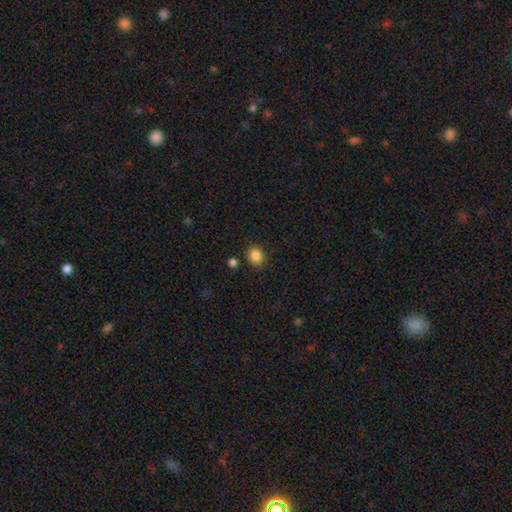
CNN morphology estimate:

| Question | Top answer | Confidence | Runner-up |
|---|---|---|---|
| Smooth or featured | smooth | 86% | star or artifact (10%) |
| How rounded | round | 70% | in between (29%) |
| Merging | none | 85% | minor disturbance (9%) |